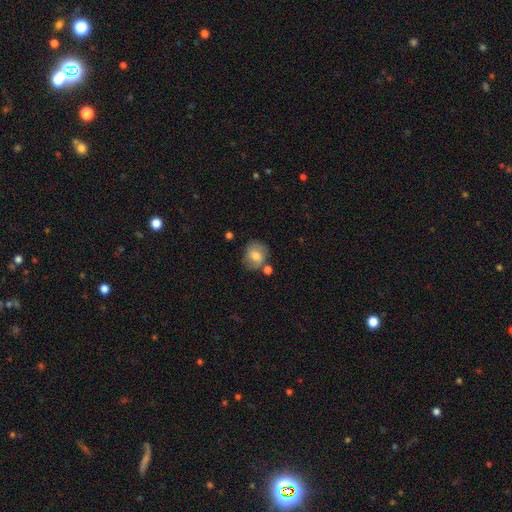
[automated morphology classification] Overall: smooth (66%). How rounded: round (72%). Merging: none (65%).